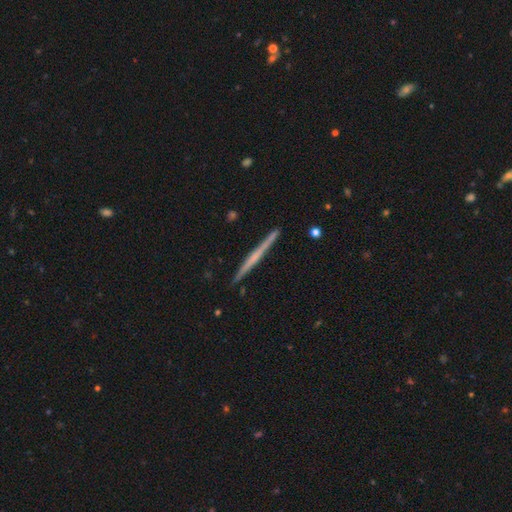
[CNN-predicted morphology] This appears to be a featured or disk galaxy (60%) viewed edge-on (98%) with no central bulge (74%). Merging: none (91%).